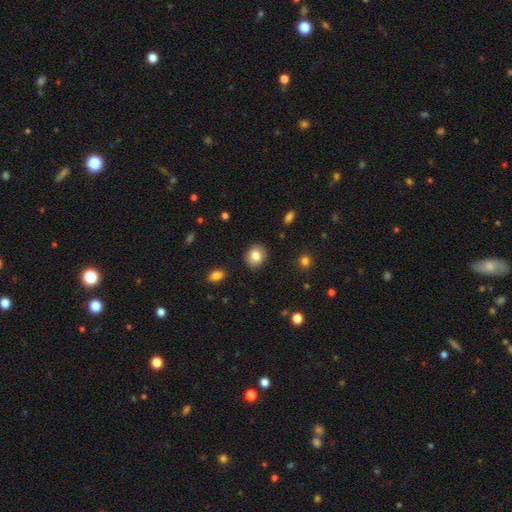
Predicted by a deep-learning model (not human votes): The model was most divided on "how rounded": round: 66%, in between: 33%, cigar-shaped: 1%. More confident: merging — none (89%); smooth or featured — smooth (82%).